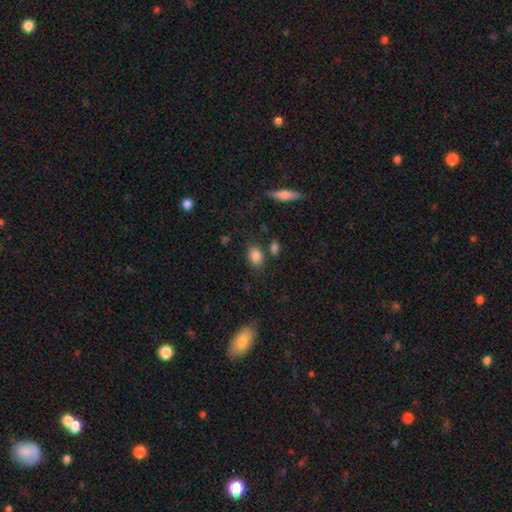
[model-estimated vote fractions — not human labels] The model was most divided on "how rounded": in between: 74%, round: 24%, cigar-shaped: 2%. More confident: smooth or featured — smooth (85%); merging — none (74%).